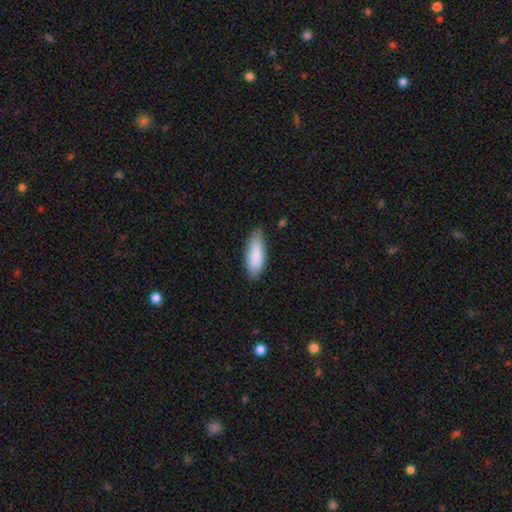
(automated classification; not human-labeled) A smooth galaxy with no disk features (88%) that is in between round and cigar-shaped (73%).

Vote fractions:
- Smooth or featured? smooth: 88% / featured or disk: 7% / star or artifact: 5%
- How rounded? in between: 73% / cigar-shaped: 26% / round: 2%
- Merging? none: 80% / minor disturbance: 16% / major disturbance: 3% / merger: 1%